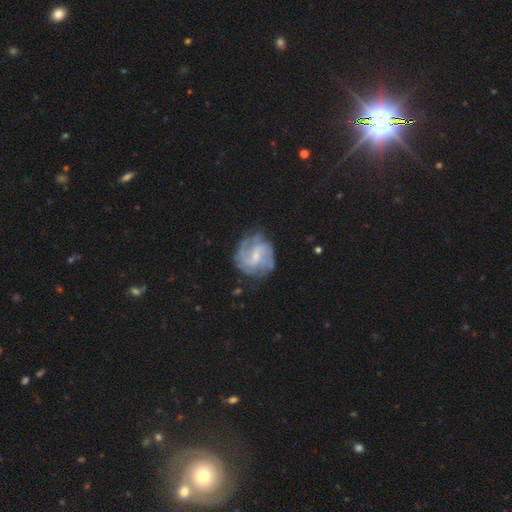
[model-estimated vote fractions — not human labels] A featured or disk galaxy (84%) with a weak bar (54%), 2 (38%) medium (46%) spiral arms (94%) and a small central bulge (63%).

Vote fractions:
- Smooth or featured? featured or disk: 84% / smooth: 11% / star or artifact: 5%
- Edge-on disk? no: 98% / yes: 2%
- Bar? weak: 54% / no: 34% / strong: 11%
- Spiral arms? yes: 94% / no: 6%
- Spiral winding? medium: 46% / tight: 38% / loose: 16%
- Spiral arm count? 2: 38% / can't tell: 24% / 3: 21% / 4: 8% / 1: 5% / more than 4: 5%
- Bulge size? small: 63% / moderate: 27% / none: 8% / large: 2% / dominant: 1%
- Merging? none: 71% / minor disturbance: 19% / major disturbance: 9% / merger: 2%